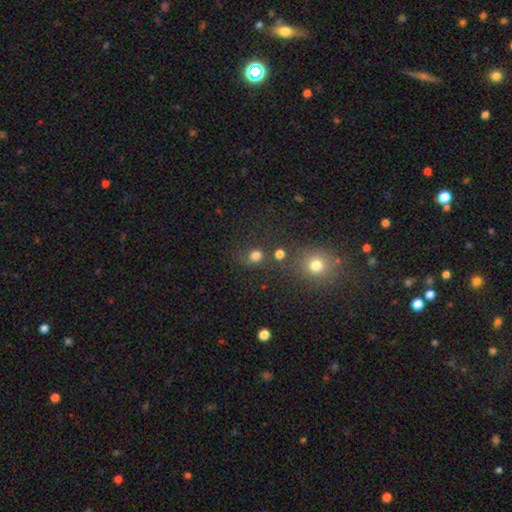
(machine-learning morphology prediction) Overall: smooth (77%). How rounded: round (76%). Merging: none (67%).